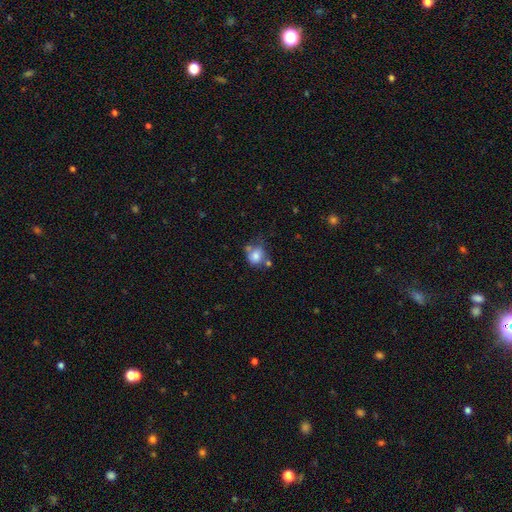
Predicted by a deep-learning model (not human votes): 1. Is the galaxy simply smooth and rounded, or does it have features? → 76% smooth, 14% featured or disk, 10% star or artifact.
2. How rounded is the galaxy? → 66% round, 33% in between, 1% cigar-shaped.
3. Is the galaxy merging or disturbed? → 42% none, 25% minor disturbance, 22% merger, 11% major disturbance.